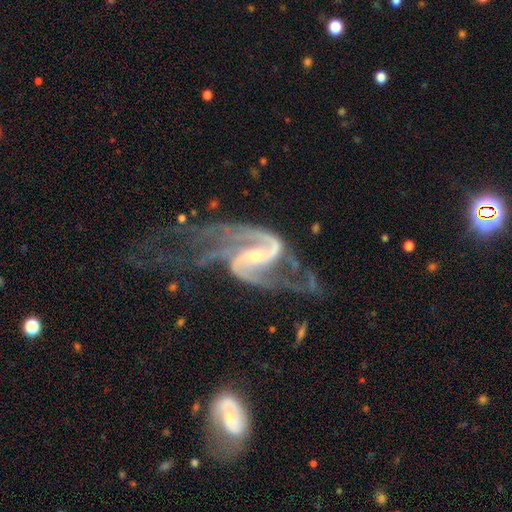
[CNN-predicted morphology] smooth_or_featured: featured or disk (p=0.93) [alt: star or artifact p=0.05]
disk_edge_on: no (p=0.98) [alt: yes p=0.02]
bar: weak (p=0.40) [alt: strong p=0.36]
has_spiral_arms: yes (p=0.98) [alt: no p=0.02]
spiral_winding: medium (p=0.46) [alt: loose p=0.41]
spiral_arm_count: 2 (p=0.82) [alt: 3 p=0.06]
bulge_size: small (p=0.65) [alt: moderate p=0.31]
merging: none (p=0.41) [alt: major disturbance p=0.33]